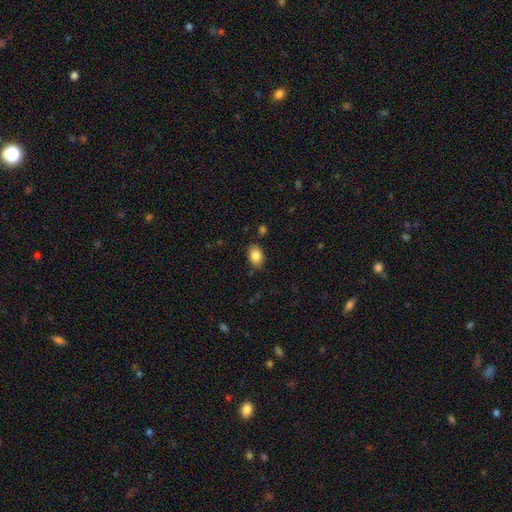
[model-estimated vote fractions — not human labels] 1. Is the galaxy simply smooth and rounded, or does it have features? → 86% smooth, 8% star or artifact, 6% featured or disk.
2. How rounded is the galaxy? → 81% in between, 18% round, 1% cigar-shaped.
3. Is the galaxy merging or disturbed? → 84% none, 11% minor disturbance, 3% major disturbance, 2% merger.